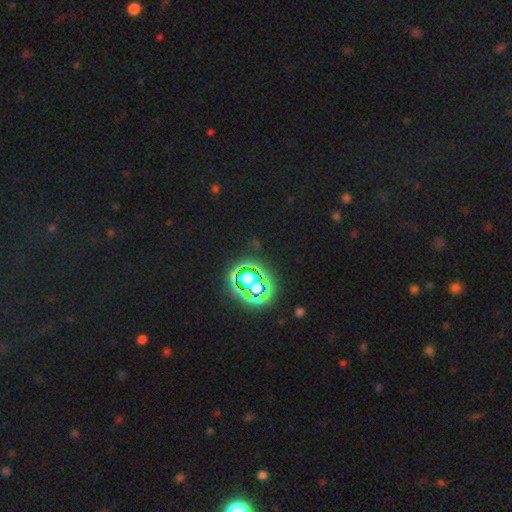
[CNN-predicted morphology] A star or artifact, not a galaxy (78%).

Vote fractions:
- Smooth or featured? star or artifact: 78% / smooth: 15% / featured or disk: 7%